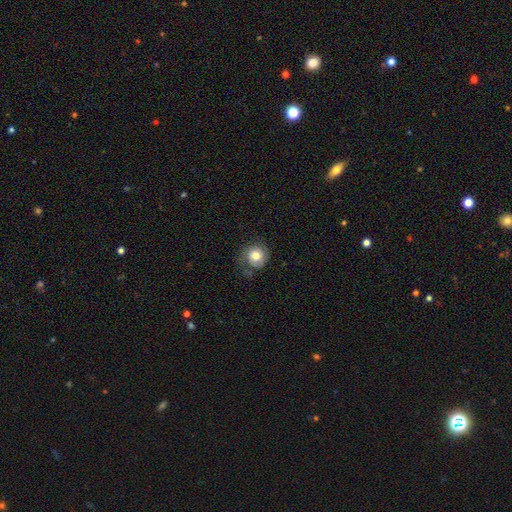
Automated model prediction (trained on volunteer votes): Smooth or featured: smooth — 67% (featured or disk — 24%)
How rounded: round — 86% (in between — 13%)
Merging: none — 59% (minor disturbance — 25%)